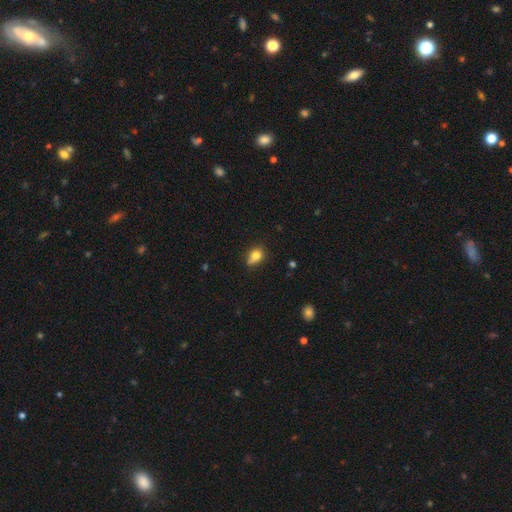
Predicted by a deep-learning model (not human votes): This is likely a smooth galaxy (78%). How rounded: likely in between (64%). Merging: possibly none (52%).